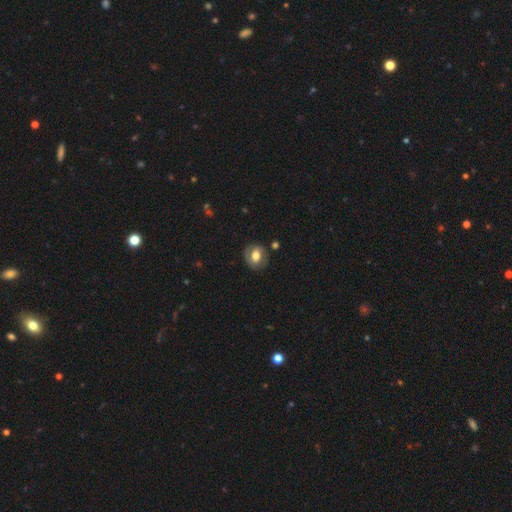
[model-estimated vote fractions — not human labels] Smooth or featured? smooth (56%)
How rounded? round (56%)
Merging? none (78%)